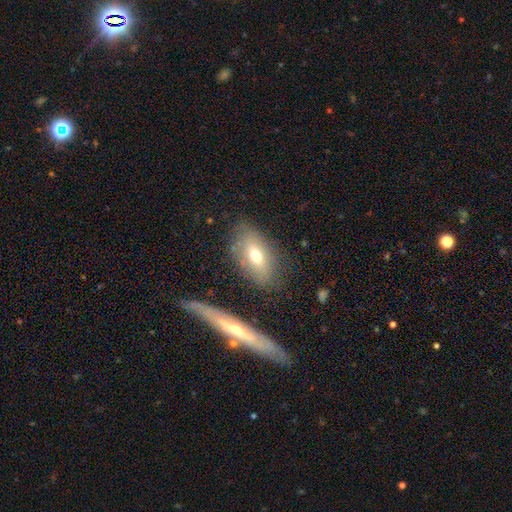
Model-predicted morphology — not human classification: This appears to be a smooth galaxy with no disk features (62%) that is in between round and cigar-shaped (86%). Merging: none (75%).